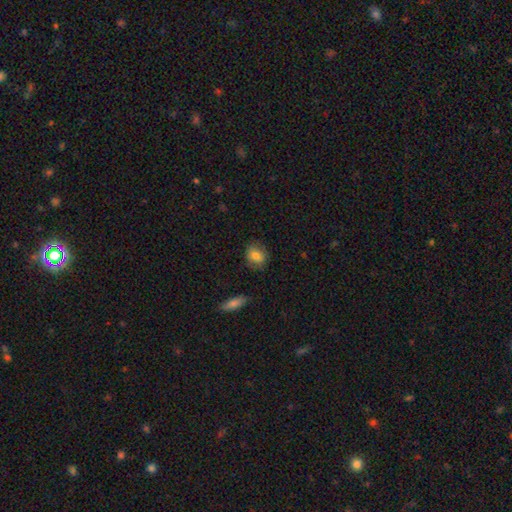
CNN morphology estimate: type=smooth (81%); roundness=round (57%); merging=none (80%).